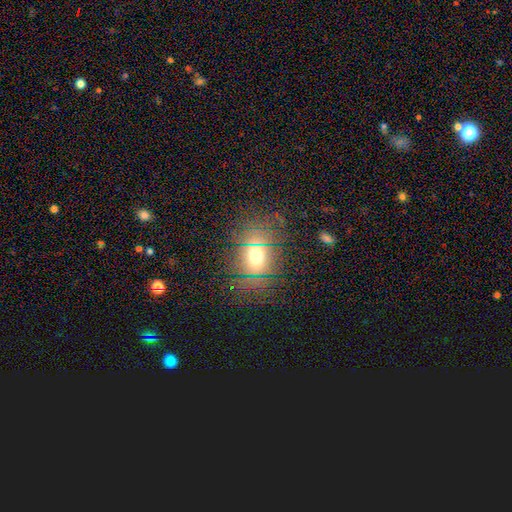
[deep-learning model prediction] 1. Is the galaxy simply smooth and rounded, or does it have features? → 53% smooth, 24% featured or disk, 23% star or artifact.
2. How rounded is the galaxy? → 51% round, 46% in between, 3% cigar-shaped.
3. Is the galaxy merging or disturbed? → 78% none, 13% minor disturbance, 7% major disturbance, 2% merger.